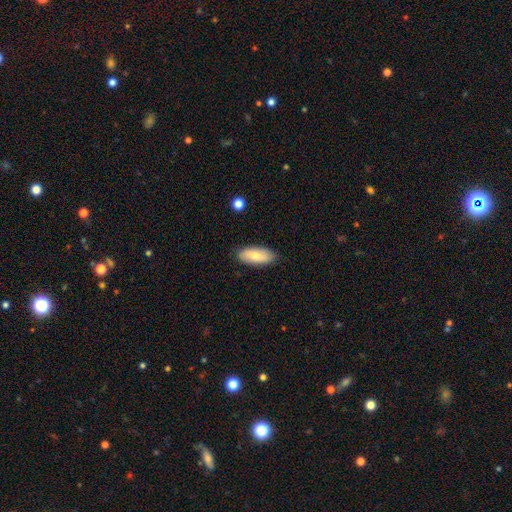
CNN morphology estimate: smooth-or-featured: smooth: 73% | featured or disk: 21% | star or artifact: 6%
  how-rounded: in between: 82% | cigar-shaped: 16% | round: 2%
  merging: none: 86% | minor disturbance: 11% | major disturbance: 2% | merger: 1%